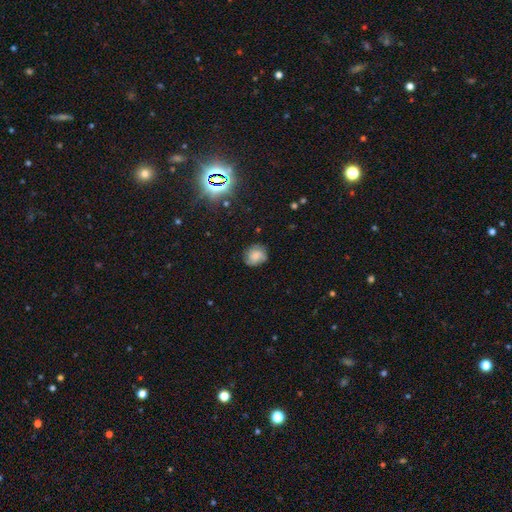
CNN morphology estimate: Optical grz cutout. It shows a smooth galaxy with no disk features (56%) that is round (68%). Merging: none (72%).